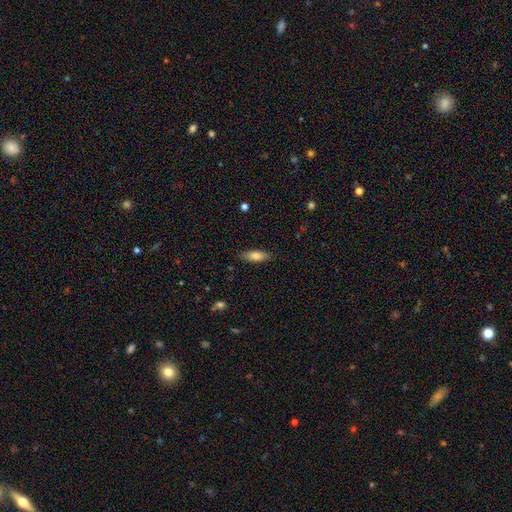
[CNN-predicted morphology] A smooth galaxy with no disk features (80%) that is in between round and cigar-shaped (67%).

Vote fractions:
- Smooth or featured? smooth: 80% / featured or disk: 13% / star or artifact: 7%
- How rounded? in between: 67% / cigar-shaped: 31% / round: 2%
- Merging? none: 85% / minor disturbance: 11% / major disturbance: 3% / merger: 1%